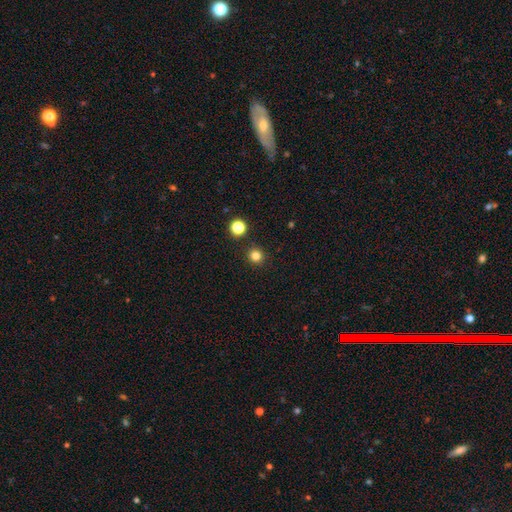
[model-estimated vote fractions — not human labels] Overall: smooth (80%). How rounded: round (94%). Merging: none (91%).